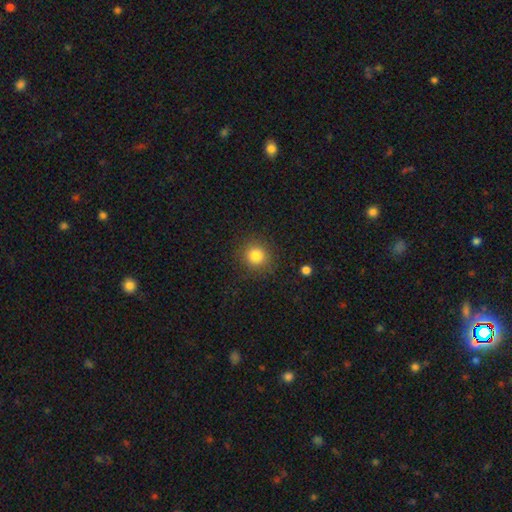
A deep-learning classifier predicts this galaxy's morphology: A smooth galaxy with no disk features (82%) that is round (90%). Merging: none (88%).